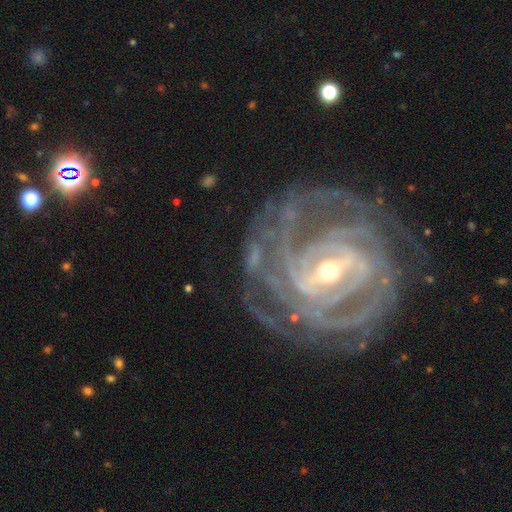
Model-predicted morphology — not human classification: The model was most divided on "spiral arm count": can't tell: 25%, 2: 19%, 3: 18%, 4: 17%, more than 4: 12%, 1: 9%. More confident: edge-on disk — no (96%); spiral arms — yes (95%); smooth or featured — featured or disk (88%); spiral winding — tight (66%); merging — none (65%); bulge size — small (52%); bar — strong (51%).